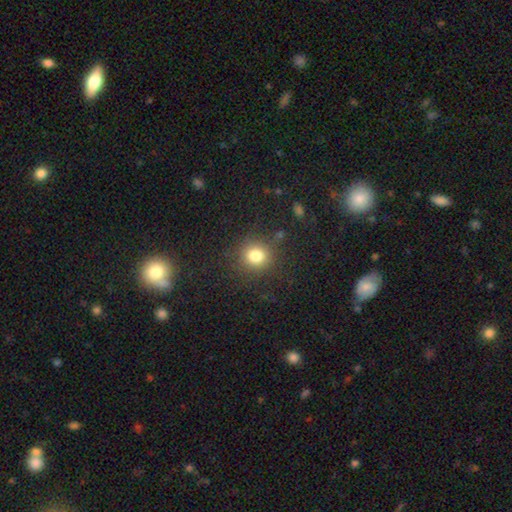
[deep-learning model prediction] Smooth or featured: smooth — 80% (star or artifact — 14%)
How rounded: round — 88% (in between — 11%)
Merging: none — 85% (minor disturbance — 9%)